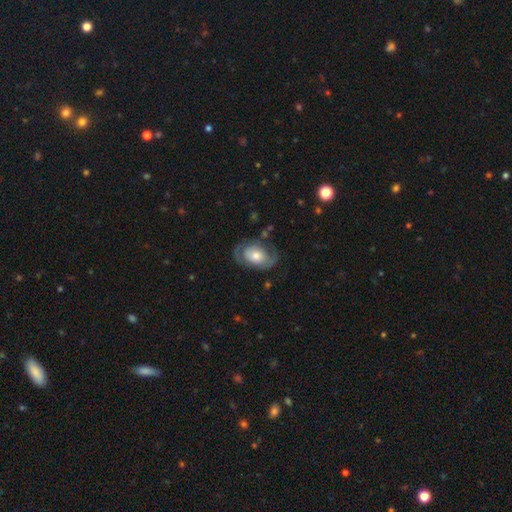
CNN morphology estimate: This is likely a featured or disk galaxy (65%). It is clearly not viewed edge-on (95%). Bar: likely no (74%). Spiral arm pattern: likely yes (76%). Central bulge: possibly moderate (57%). Merging: likely none (64%).